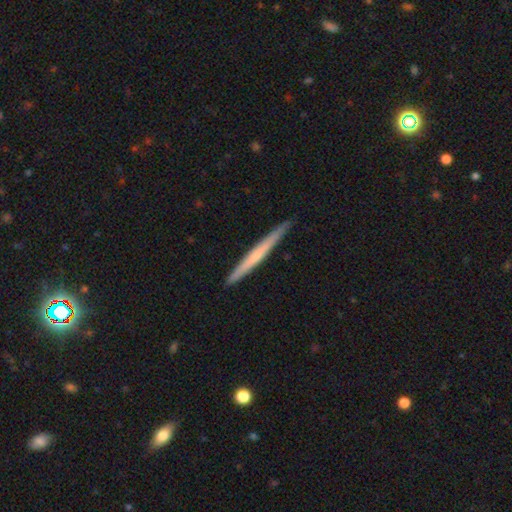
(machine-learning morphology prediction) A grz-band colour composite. It shows a featured or disk galaxy (49%). Merging: none (91%).